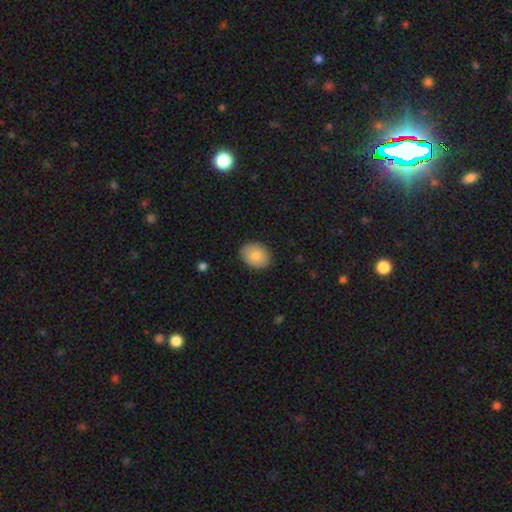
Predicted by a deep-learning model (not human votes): This appears to be a smooth galaxy with no disk features (82%) that is in between round and cigar-shaped (61%). Merging: none (88%).